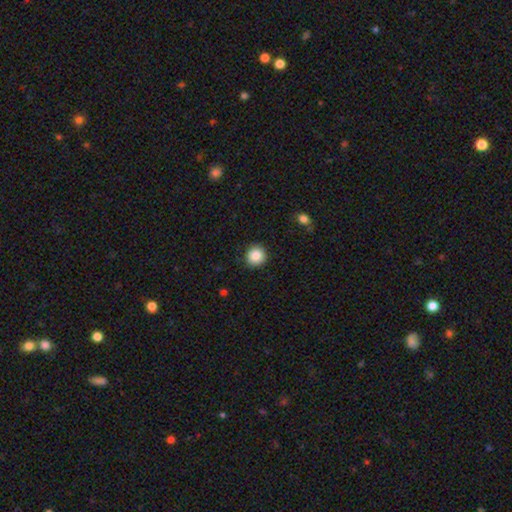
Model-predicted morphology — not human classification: A smooth galaxy with no disk features (87%) that is round (92%). Merging: none (89%).